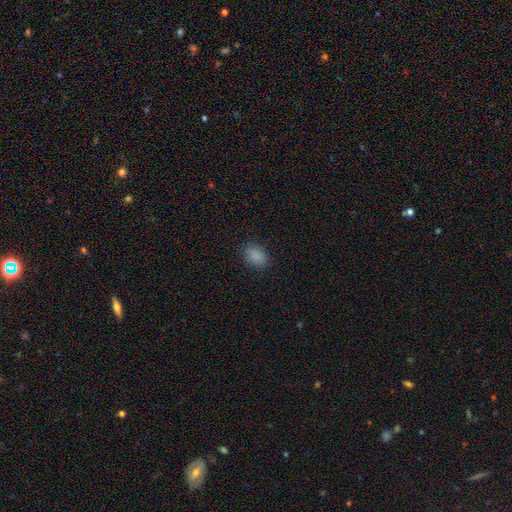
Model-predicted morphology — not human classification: Q: Smooth or featured?
A: smooth (87%); runner-up: star or artifact (10%)
Q: How rounded?
A: in between (74%); runner-up: round (25%)
Q: Merging?
A: none (85%); runner-up: minor disturbance (11%)